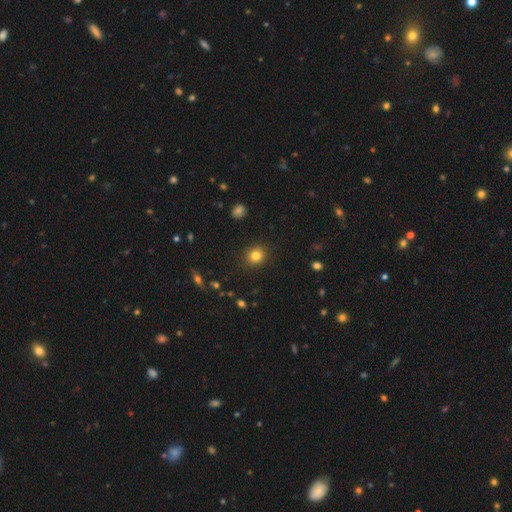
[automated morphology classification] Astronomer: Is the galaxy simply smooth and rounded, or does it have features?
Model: smooth — 81%.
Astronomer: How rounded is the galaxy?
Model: round — 83%.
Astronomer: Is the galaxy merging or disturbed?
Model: none — 90%.